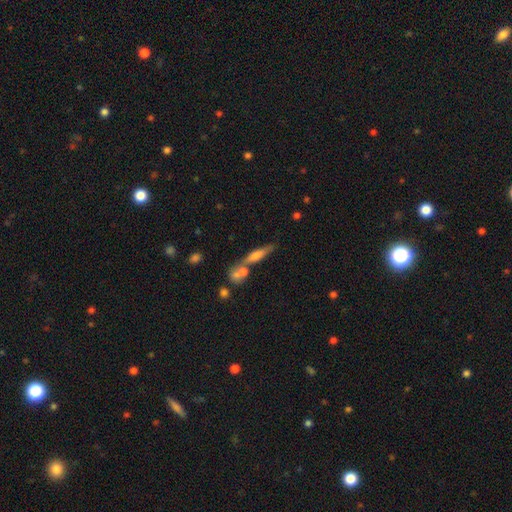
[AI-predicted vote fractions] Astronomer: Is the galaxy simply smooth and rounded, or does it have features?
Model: smooth — 48% (runner-up: featured or disk, 43%).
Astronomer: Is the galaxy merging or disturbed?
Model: none — 54%.